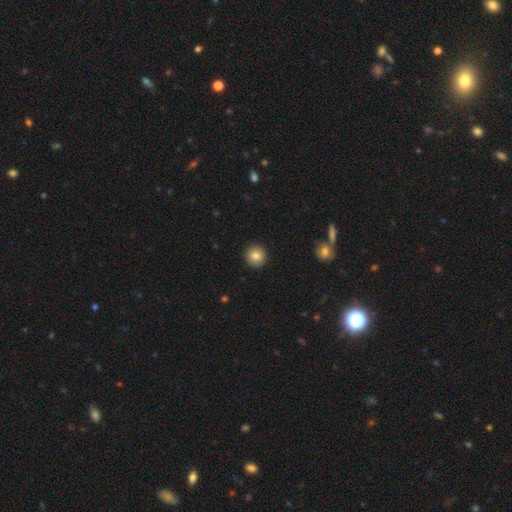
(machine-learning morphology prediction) A smooth galaxy with no disk features (83%) that is round (94%).

Vote fractions:
- Smooth or featured? smooth: 83% / star or artifact: 9% / featured or disk: 8%
- How rounded? round: 94% / in between: 5% / cigar-shaped: 1%
- Merging? none: 92% / minor disturbance: 5% / major disturbance: 2% / merger: 1%